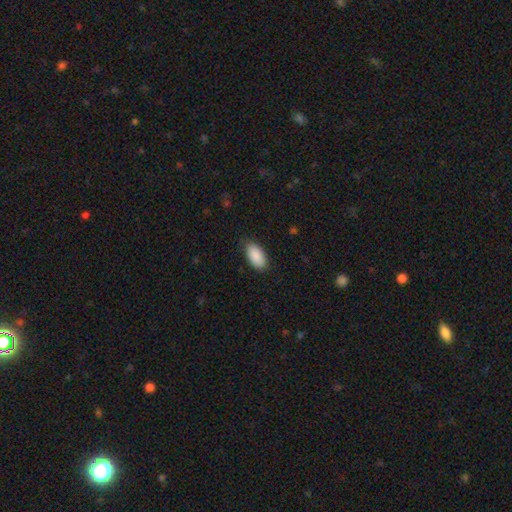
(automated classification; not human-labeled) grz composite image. It shows a smooth galaxy with no disk features (90%) that is in between round and cigar-shaped (95%). Merging: none (81%).